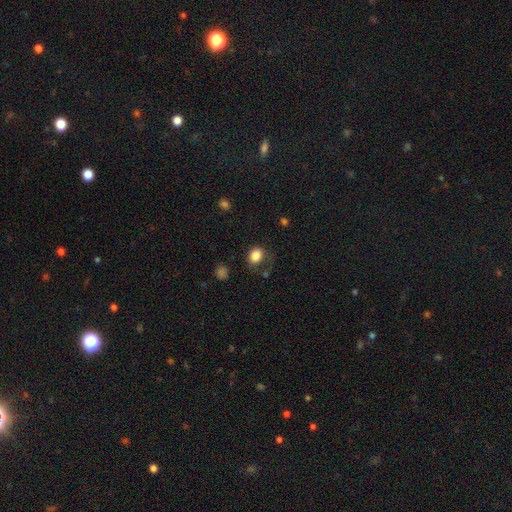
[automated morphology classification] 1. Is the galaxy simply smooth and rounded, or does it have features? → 85% smooth, 10% star or artifact, 5% featured or disk.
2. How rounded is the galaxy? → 58% round, 42% in between, 1% cigar-shaped.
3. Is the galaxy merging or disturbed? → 67% none, 20% minor disturbance, 11% major disturbance, 2% merger.